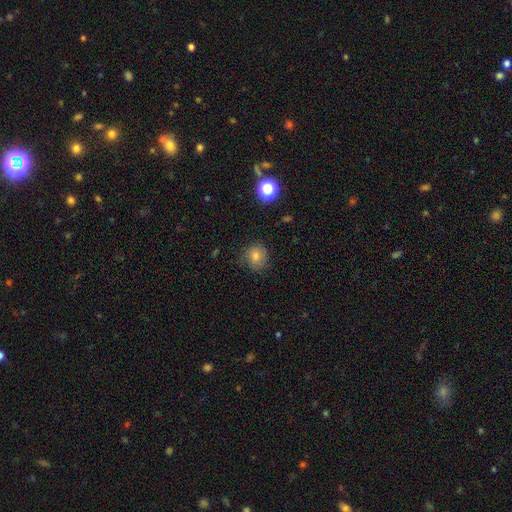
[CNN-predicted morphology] Smooth or featured? smooth (74%)
How rounded? round (80%)
Merging? none (77%)